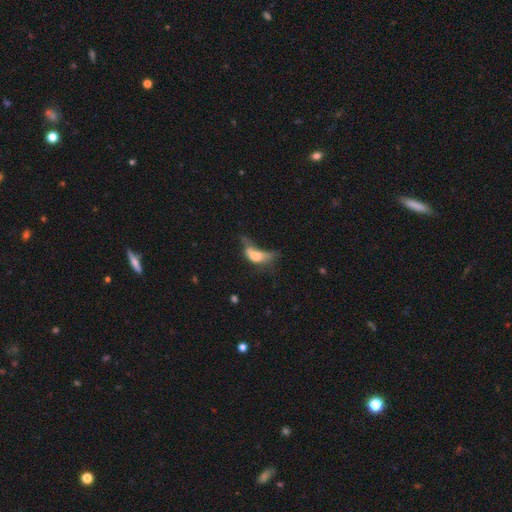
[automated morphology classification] smooth 52%, featured or disk 35%, star or artifact 12%. Down the decision tree: how rounded — in between (79%); merging — major disturbance (51%).